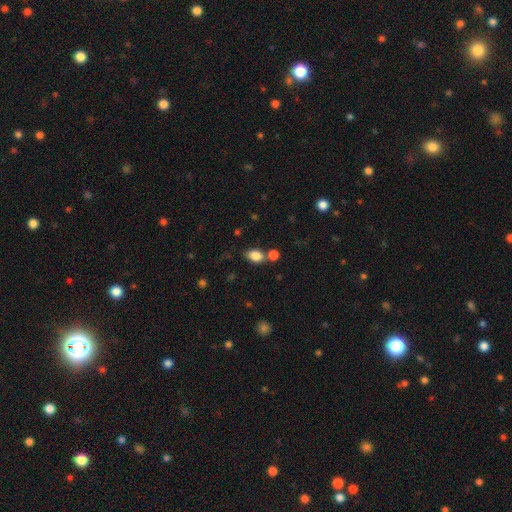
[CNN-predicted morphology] The model was most divided on "merging": none: 62%, merger: 22%, minor disturbance: 12%, major disturbance: 4%. More confident: smooth or featured — smooth (84%); how rounded — in between (79%).